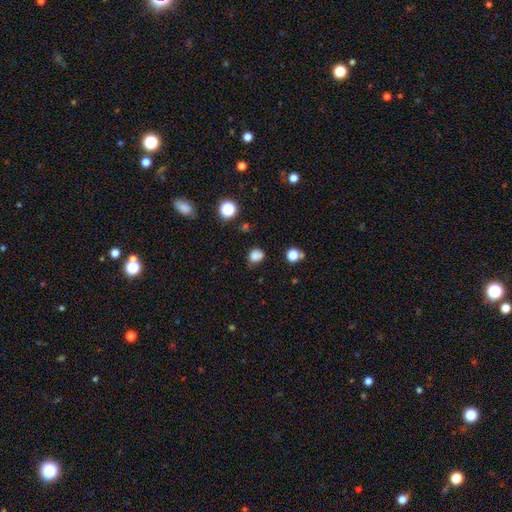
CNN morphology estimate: Smooth or featured? Predicted: smooth (p=0.80). How rounded? Predicted: round (p=0.68). Merging? Predicted: none (p=0.62).